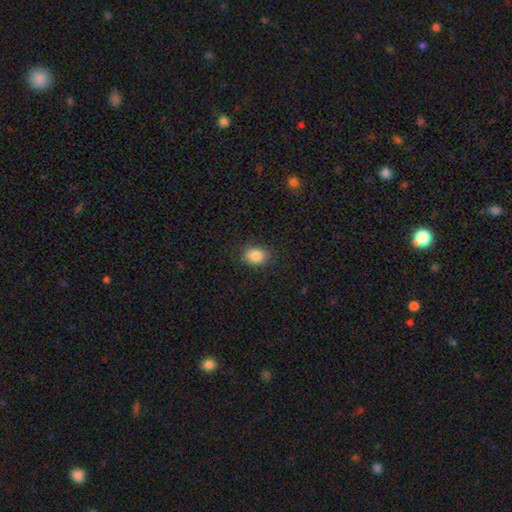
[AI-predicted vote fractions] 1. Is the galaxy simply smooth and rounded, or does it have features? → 86% smooth, 9% star or artifact, 5% featured or disk.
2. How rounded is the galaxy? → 59% in between, 40% round, 1% cigar-shaped.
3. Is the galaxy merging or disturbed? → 85% none, 11% minor disturbance, 3% major disturbance, 1% merger.